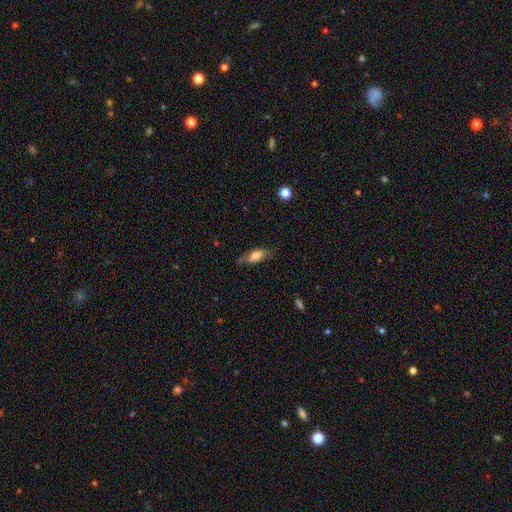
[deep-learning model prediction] smooth-or-featured: smooth: 64% | featured or disk: 28% | star or artifact: 7%
  how-rounded: in between: 71% | cigar-shaped: 26% | round: 3%
  merging: none: 63% | minor disturbance: 25% | major disturbance: 9% | merger: 2%